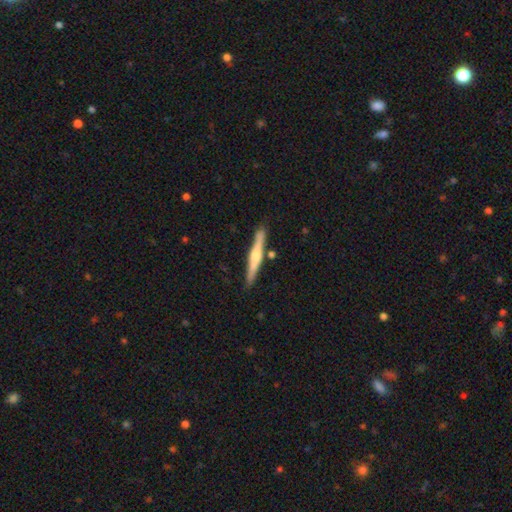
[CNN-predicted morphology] featured or disk 57%, smooth 38%, star or artifact 5%. Down the decision tree: edge-on disk — yes (97%); edge-on bulge — rounded (74%); merging — none (83%).